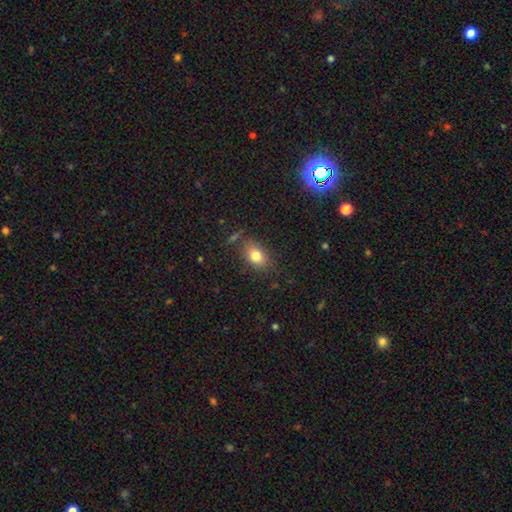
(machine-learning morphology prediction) A smooth galaxy with no disk features (79%) that is in between round and cigar-shaped (75%). Merging: none (77%).